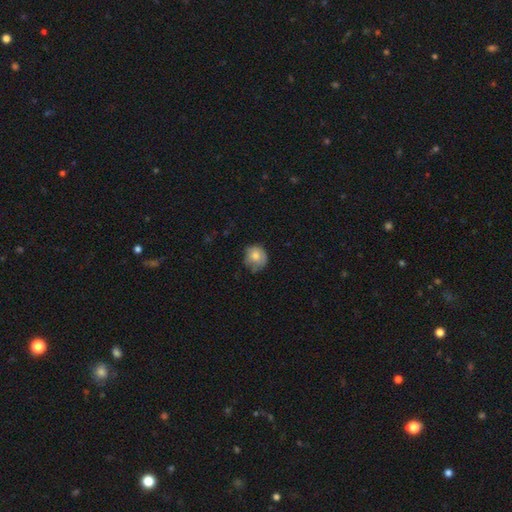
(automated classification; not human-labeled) Smooth or featured?
  - smooth: 73% *
  - featured or disk: 18%
  - star or artifact: 8%
How rounded?
  - round: 83% *
  - in between: 16%
  - cigar-shaped: 1%
Merging?
  - none: 59% *
  - minor disturbance: 31%
  - major disturbance: 8%
  - merger: 2%